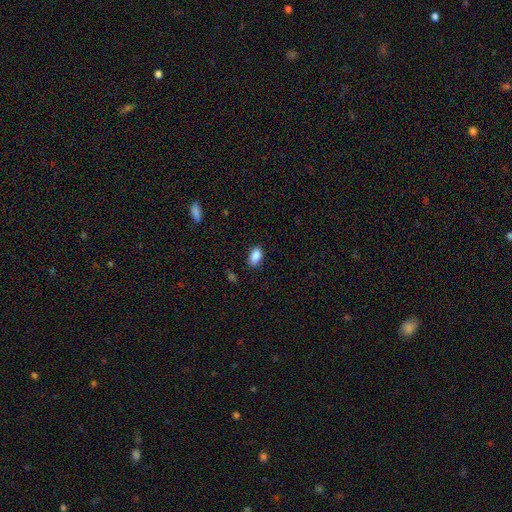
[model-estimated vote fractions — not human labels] Morphology: type=smooth (88%); roundness=in between (91%); merging=none (84%).